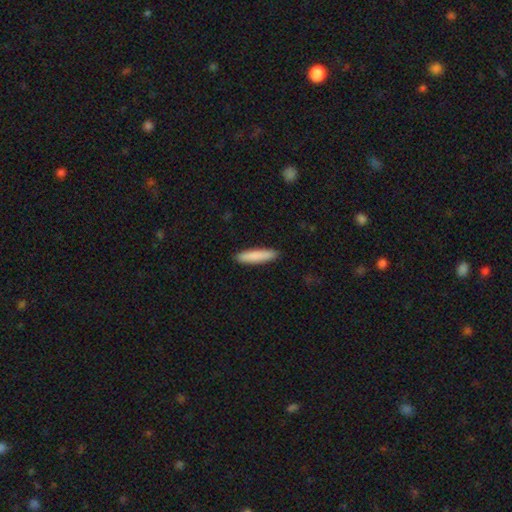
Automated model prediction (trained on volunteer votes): The model was most divided on "how rounded": cigar-shaped: 85%, in between: 14%, round: 1%. More confident: merging — none (91%); smooth or featured — smooth (86%).